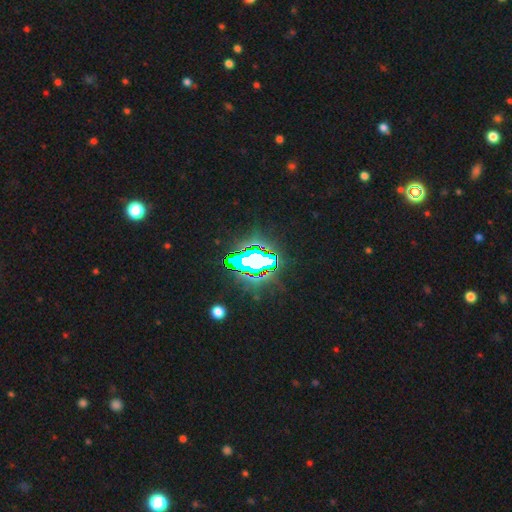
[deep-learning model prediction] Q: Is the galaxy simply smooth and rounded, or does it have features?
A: star or artifact — 78%.